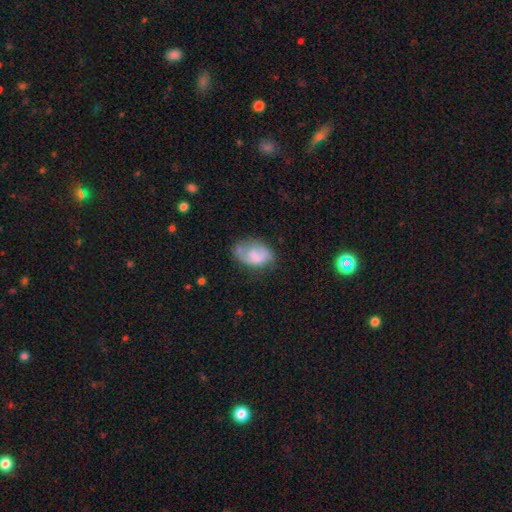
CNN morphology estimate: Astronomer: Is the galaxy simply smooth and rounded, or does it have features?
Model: smooth — 58% (runner-up: featured or disk, 34%).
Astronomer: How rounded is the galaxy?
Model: in between — 84%.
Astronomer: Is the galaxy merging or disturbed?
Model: none — 43% (runner-up: minor disturbance, 31%).